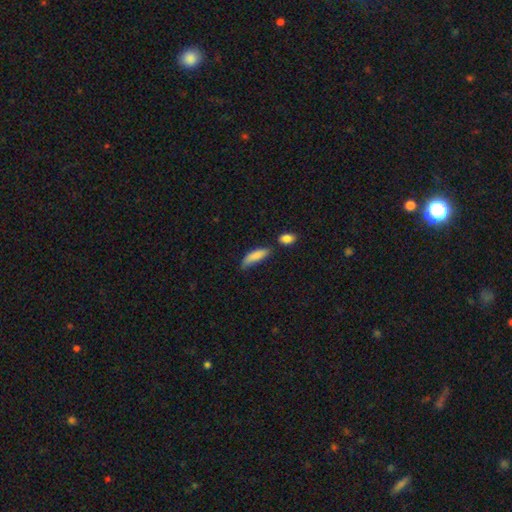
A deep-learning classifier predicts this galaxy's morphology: Smooth or featured? Predicted: smooth (p=0.82). How rounded? Predicted: in between (p=0.52). Merging? Predicted: none (p=0.45).